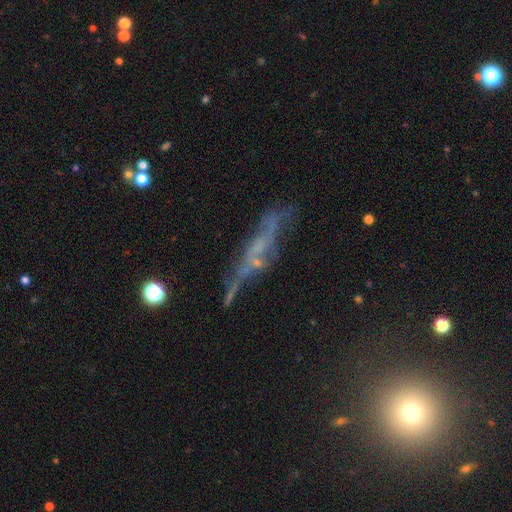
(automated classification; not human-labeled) smooth-or-featured: featured or disk: 57% | smooth: 25% | star or artifact: 18%
  disk-edge-on: yes: 61% | no: 39%
  merging: none: 58% | minor disturbance: 21% | major disturbance: 15% | merger: 6%